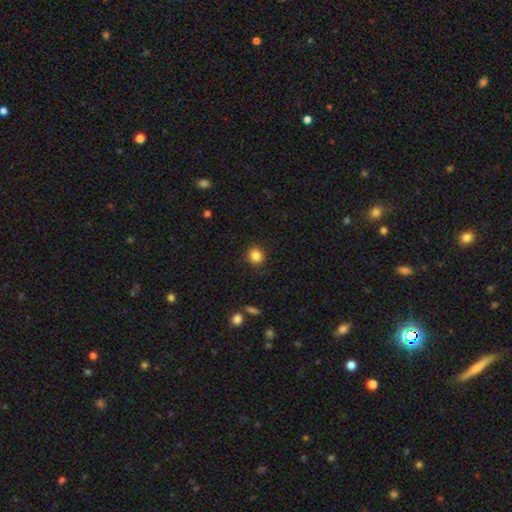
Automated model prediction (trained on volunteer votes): Smooth or featured? smooth (85%)
How rounded? round (88%)
Merging? none (90%)